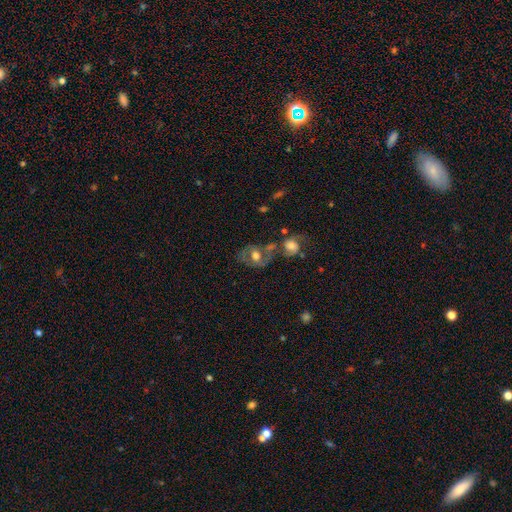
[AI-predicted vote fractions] The model was most divided on "spiral arms": yes: 54%, no: 46%. Remaining: edge-on disk — no (94%); bar — no (61%); bulge size — moderate (58%); smooth or featured — featured or disk (55%); merging — none (44%).